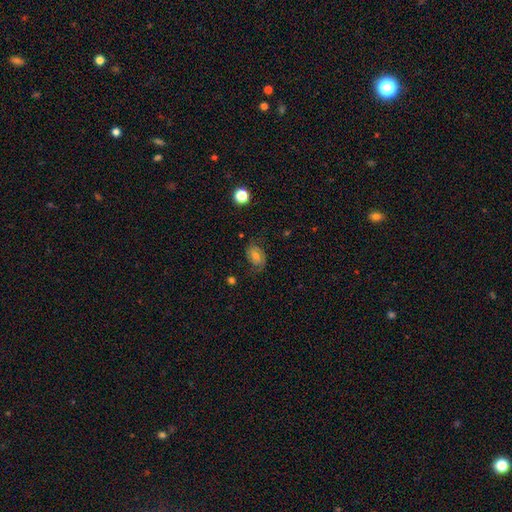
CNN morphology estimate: This is possibly a featured or disk galaxy (49%). Merging: likely none (68%).